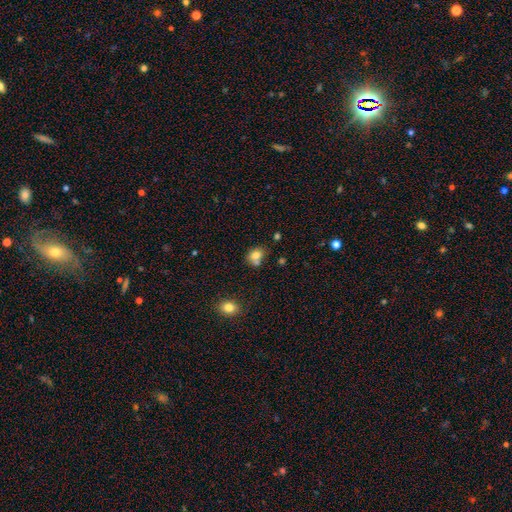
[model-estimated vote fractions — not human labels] Q: Smooth or featured?
A: smooth (77%); runner-up: star or artifact (11%)
Q: How rounded?
A: round (57%); runner-up: in between (42%)
Q: Merging?
A: none (51%); runner-up: merger (30%)